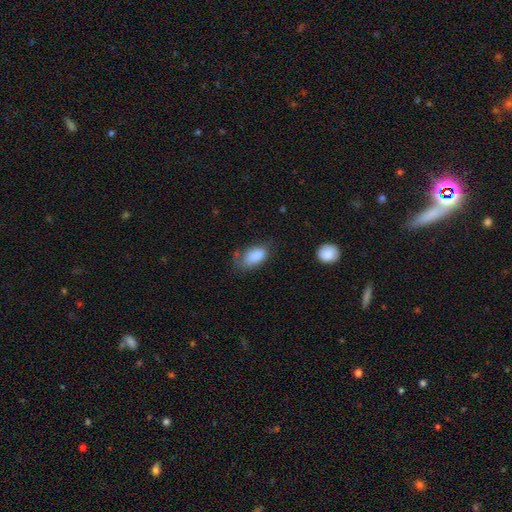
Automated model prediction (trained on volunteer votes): This is clearly a smooth galaxy (85%). How rounded: clearly in between (92%). Merging: possibly none (48%).